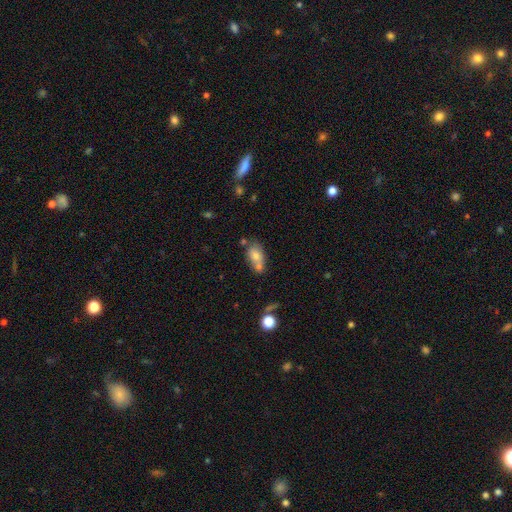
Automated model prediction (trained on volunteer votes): Overall: smooth (71%). How rounded: in between (84%). Merging: none (42%; merger 36%).